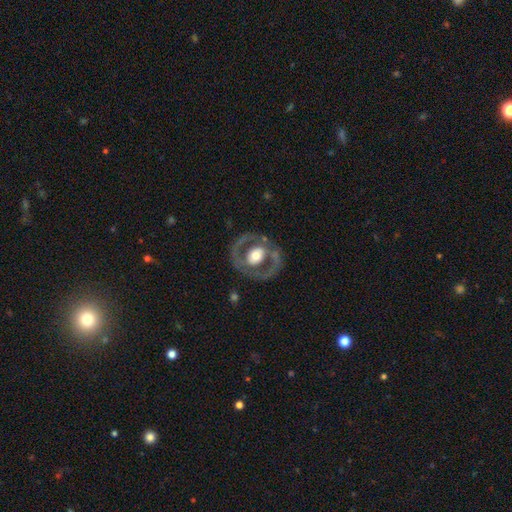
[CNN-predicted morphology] This appears to be a featured or disk galaxy (68%) with no bar (66%), no spiral arms (64%) and a moderate central bulge (56%). Merging: none (74%).